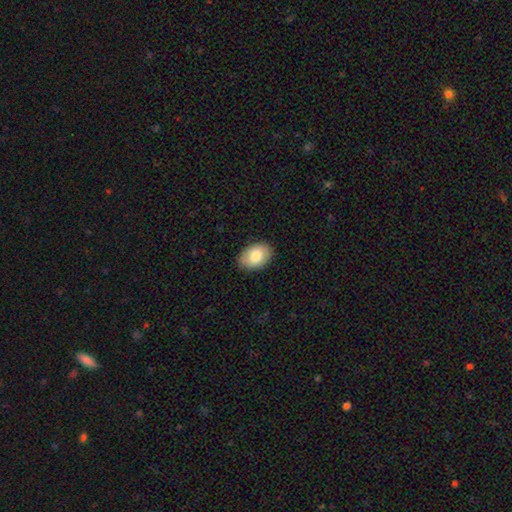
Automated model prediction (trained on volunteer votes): Morphology: type=smooth (82%); roundness=in between (85%); merging=none (87%).